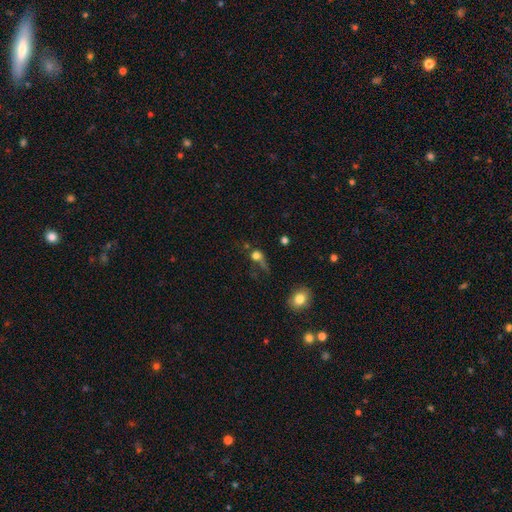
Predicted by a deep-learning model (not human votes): Q: Smooth or featured?
A: smooth (63%); runner-up: star or artifact (20%)
Q: How rounded?
A: round (68%); runner-up: in between (27%)
Q: Merging?
A: major disturbance (36%); runner-up: none (34%)